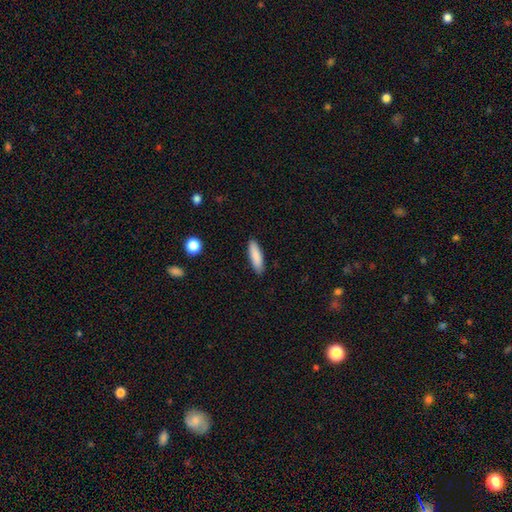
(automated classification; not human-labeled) smooth-or-featured: smooth: 87% | featured or disk: 7% | star or artifact: 6%
  how-rounded: cigar-shaped: 61% | in between: 38% | round: 2%
  merging: none: 89% | minor disturbance: 8% | major disturbance: 2% | merger: 1%